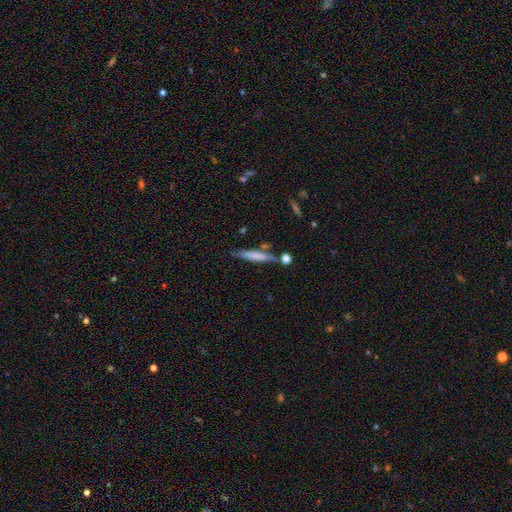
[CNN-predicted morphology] Q: Smooth or featured?
A: smooth (67%); runner-up: featured or disk (27%)
Q: How rounded?
A: cigar-shaped (91%); runner-up: in between (8%)
Q: Merging?
A: none (72%); runner-up: minor disturbance (15%)